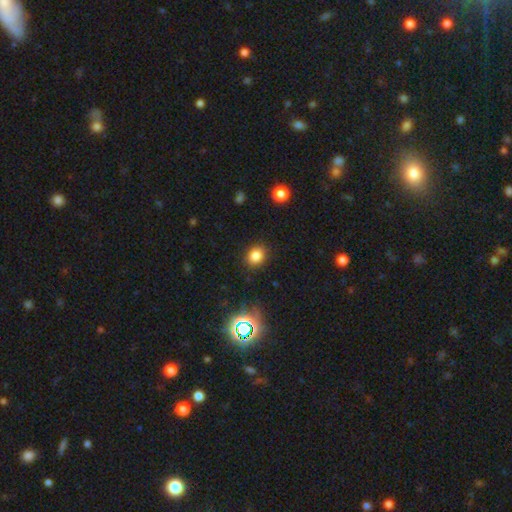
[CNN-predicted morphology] The model was most divided on "how rounded": round: 66%, in between: 33%, cigar-shaped: 1%. More confident: merging — none (87%); smooth or featured — smooth (81%).